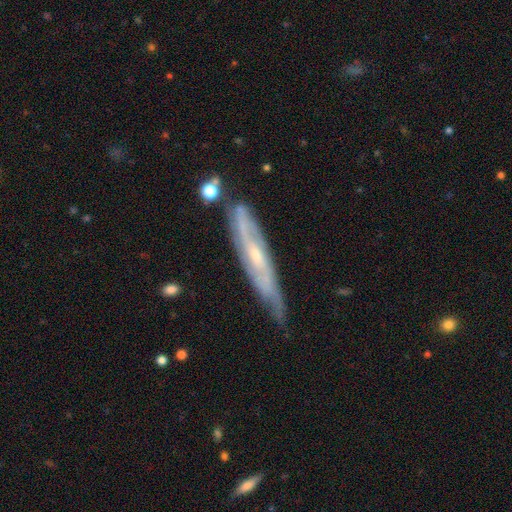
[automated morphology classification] Overall: featured or disk (77%). Edge-on disk: no (50%, tied with yes). Merging: none (67%).